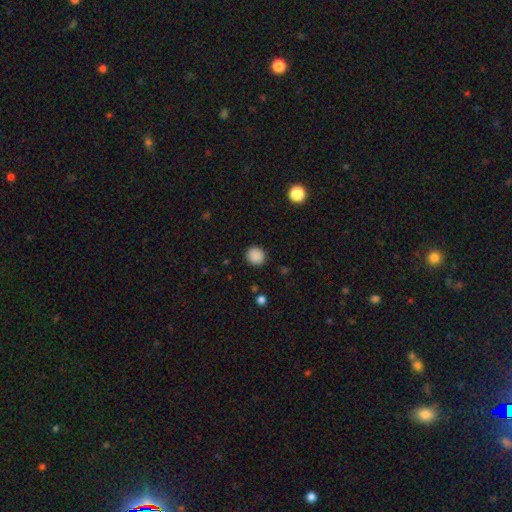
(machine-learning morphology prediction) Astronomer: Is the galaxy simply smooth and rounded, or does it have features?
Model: smooth — 88%.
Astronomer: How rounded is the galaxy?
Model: round — 87%.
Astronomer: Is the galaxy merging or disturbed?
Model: none — 90%.